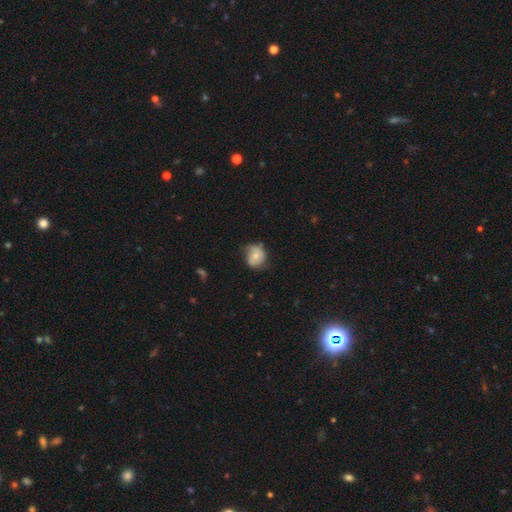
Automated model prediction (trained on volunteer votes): A smooth galaxy with no disk features (64%) that is round (68%).

Vote fractions:
- Smooth or featured? smooth: 64% / featured or disk: 28% / star or artifact: 8%
- How rounded? round: 68% / in between: 31% / cigar-shaped: 1%
- Merging? none: 52% / minor disturbance: 35% / major disturbance: 11% / merger: 2%